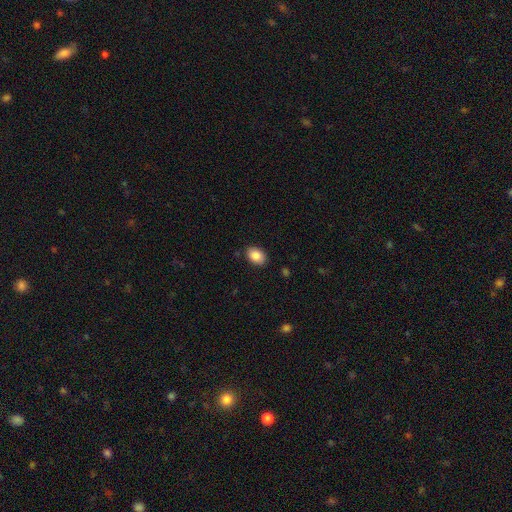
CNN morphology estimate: The model was most divided on "how rounded": in between: 81%, round: 18%, cigar-shaped: 1%. More confident: smooth or featured — smooth (86%); merging — none (86%).